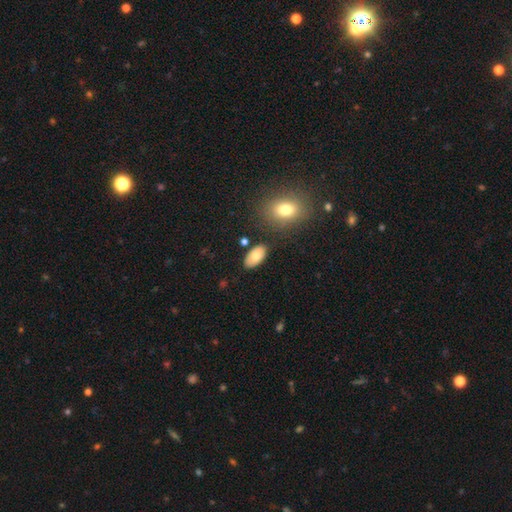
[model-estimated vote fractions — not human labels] Morphology: type=smooth (76%); roundness=in between (94%); merging=none (82%).